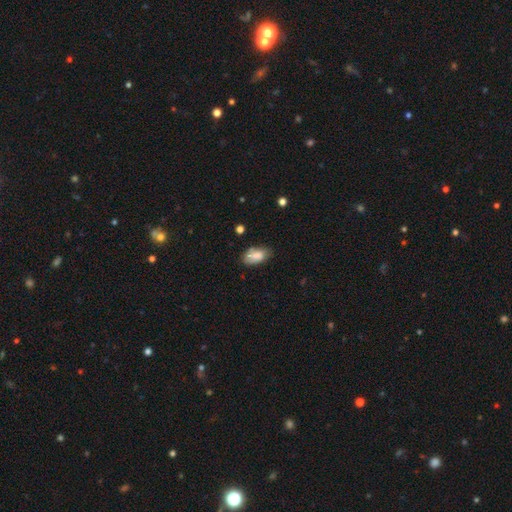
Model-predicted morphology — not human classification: A smooth galaxy with no disk features (79%) that is in between round and cigar-shaped (91%).

Vote fractions:
- Smooth or featured? smooth: 79% / featured or disk: 13% / star or artifact: 8%
- How rounded? in between: 91% / cigar-shaped: 5% / round: 4%
- Merging? none: 61% / minor disturbance: 28% / major disturbance: 7% / merger: 4%